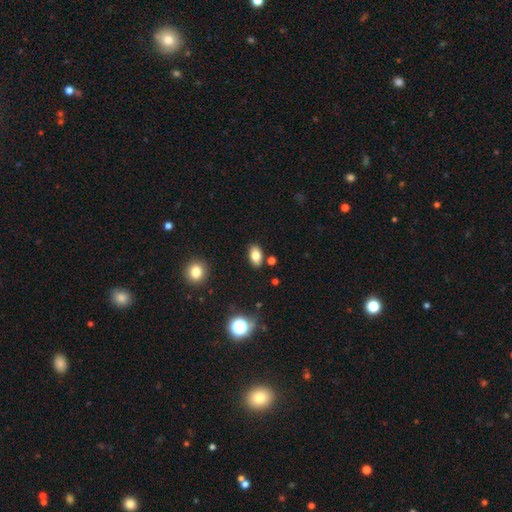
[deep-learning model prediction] smooth-or-featured: smooth: 79% | featured or disk: 11% | star or artifact: 10%
  how-rounded: in between: 90% | round: 8% | cigar-shaped: 2%
  merging: none: 86% | minor disturbance: 9% | merger: 3% | major disturbance: 2%